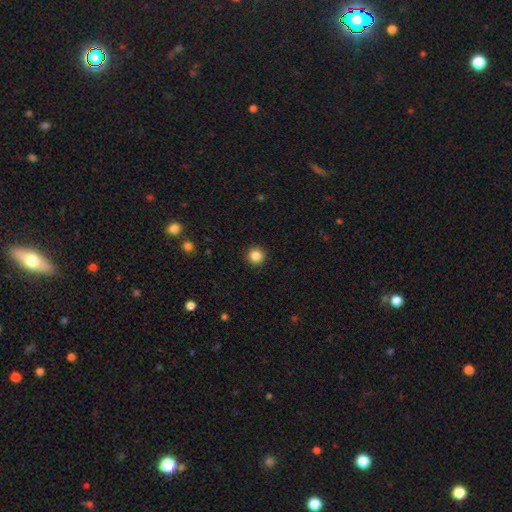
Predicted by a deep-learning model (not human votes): The model was most divided on "smooth or featured": smooth: 85%, star or artifact: 11%, featured or disk: 4%. More confident: how rounded — round (96%); merging — none (92%).